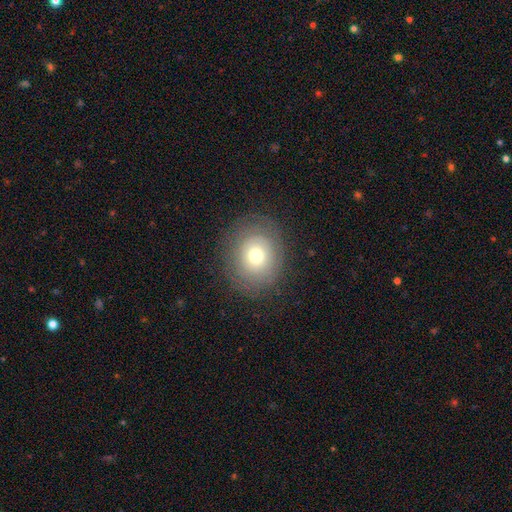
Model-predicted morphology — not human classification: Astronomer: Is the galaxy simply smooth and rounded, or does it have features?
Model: smooth — 63%.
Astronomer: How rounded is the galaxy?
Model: round — 72%.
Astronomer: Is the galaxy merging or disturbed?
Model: none — 81%.